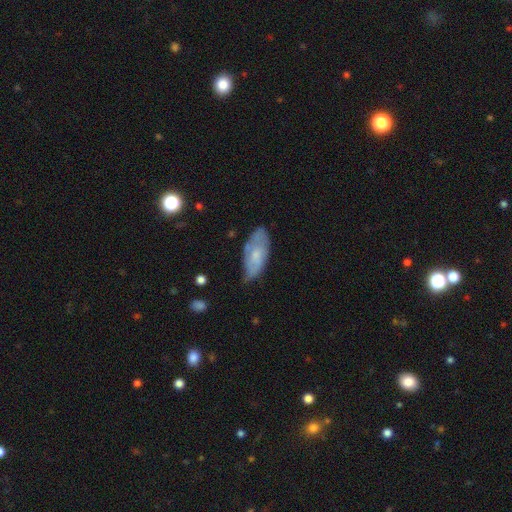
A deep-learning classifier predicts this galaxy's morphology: smooth_or_featured: smooth (p=0.56) [alt: featured or disk p=0.37]
how_rounded: in between (p=0.87) [alt: cigar-shaped p=0.11]
merging: none (p=0.55) [alt: minor disturbance p=0.34]